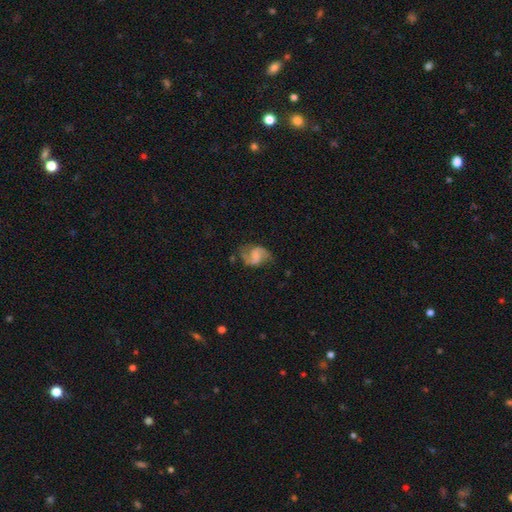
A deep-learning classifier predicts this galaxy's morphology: This appears to be a featured or disk galaxy (79%) with a weak bar (47%), 2 (91%) medium (46%) spiral arms (95%) and no central bulge (51%). Merging: none (70%).